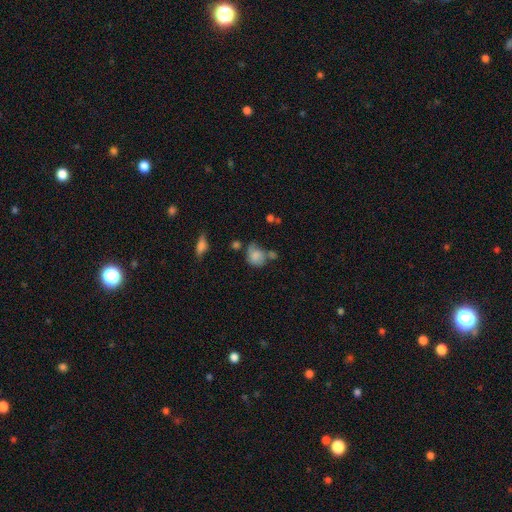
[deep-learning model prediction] Morphology: type=smooth (69%); roundness=round (50%); merging=none (35%).